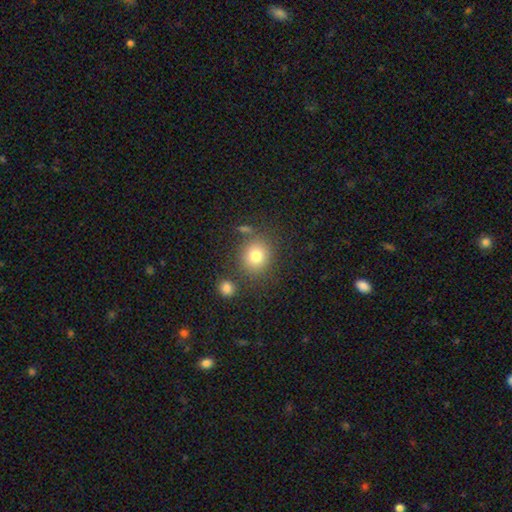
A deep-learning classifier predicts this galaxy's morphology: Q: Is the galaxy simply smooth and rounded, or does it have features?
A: smooth — 79%.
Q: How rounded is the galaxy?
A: round — 82%.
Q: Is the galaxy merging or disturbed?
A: none — 77%.